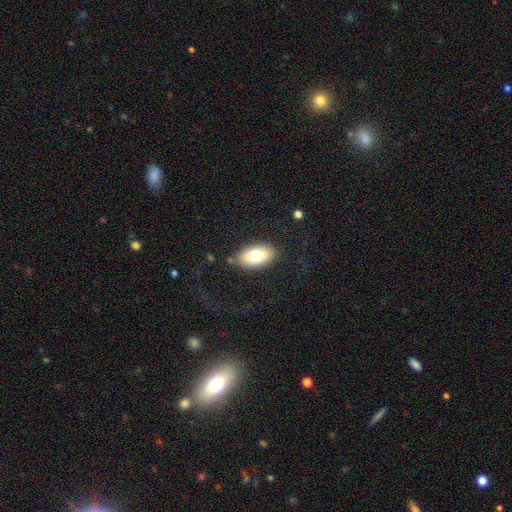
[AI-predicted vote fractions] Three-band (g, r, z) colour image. It shows a smooth galaxy with no disk features (76%) that is in between round and cigar-shaped (94%). Merging: none (84%).